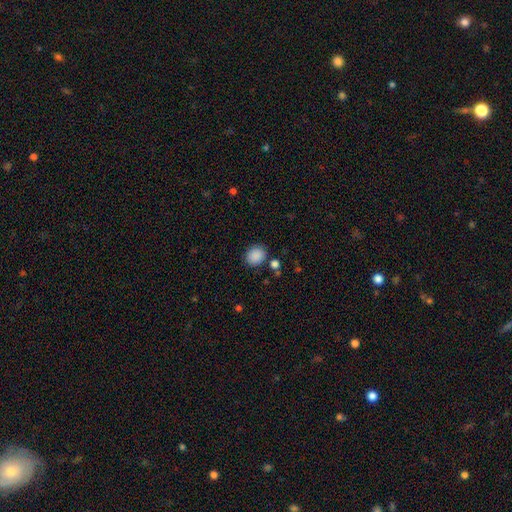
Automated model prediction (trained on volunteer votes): A smooth galaxy with no disk features (88%) that is round (70%). Merging: none (83%).